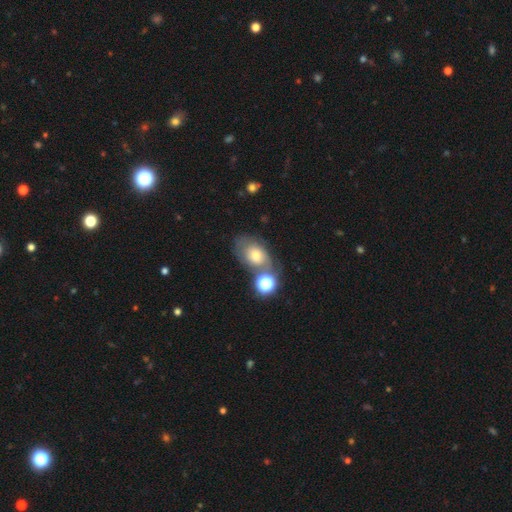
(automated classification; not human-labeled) Morphology: type=smooth (54%); roundness=in between (75%); merging=none (49%).